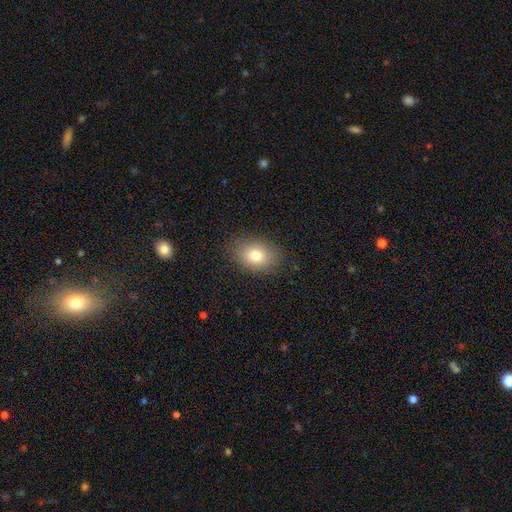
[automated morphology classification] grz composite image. It shows a smooth galaxy with no disk features (78%) that is in between round and cigar-shaped (68%). Merging: none (85%).